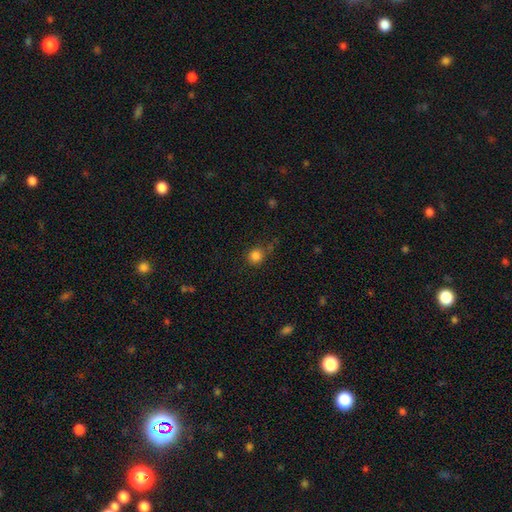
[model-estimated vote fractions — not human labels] Smooth or featured: smooth — 83% (star or artifact — 13%)
How rounded: round — 86% (in between — 13%)
Merging: none — 72% (minor disturbance — 18%)